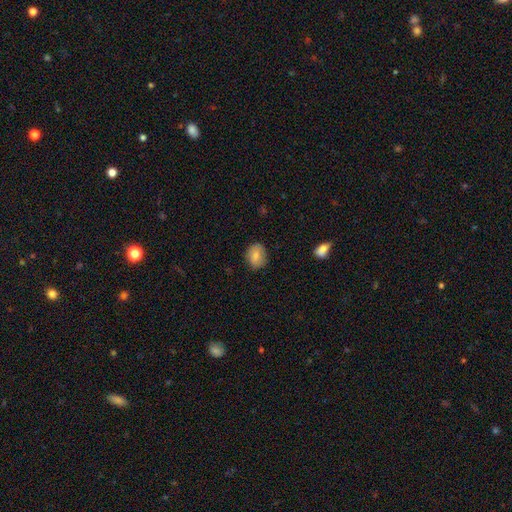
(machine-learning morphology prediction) A smooth galaxy with no disk features (82%) that is in between round and cigar-shaped (58%). Merging: none (80%).